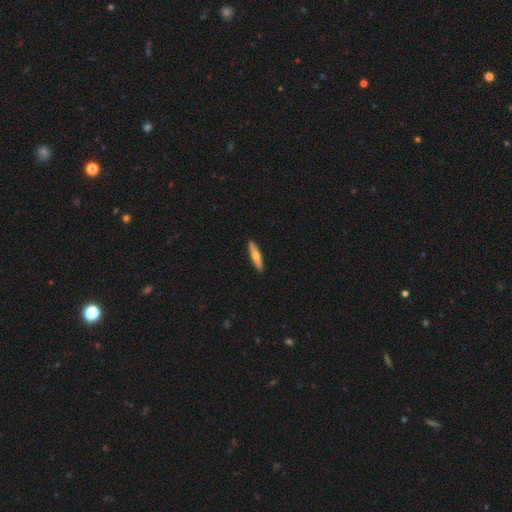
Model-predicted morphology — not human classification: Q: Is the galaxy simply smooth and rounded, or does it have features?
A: smooth — 56%.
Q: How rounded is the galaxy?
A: cigar-shaped — 83%.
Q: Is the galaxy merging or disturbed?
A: none — 92%.